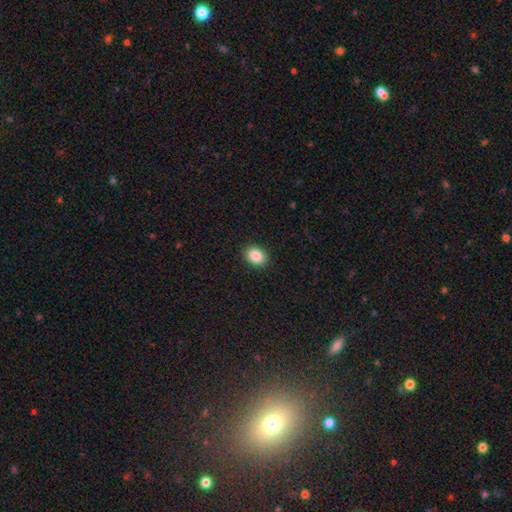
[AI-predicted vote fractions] Smooth or featured? smooth (87%)
How rounded? in between (70%)
Merging? none (90%)